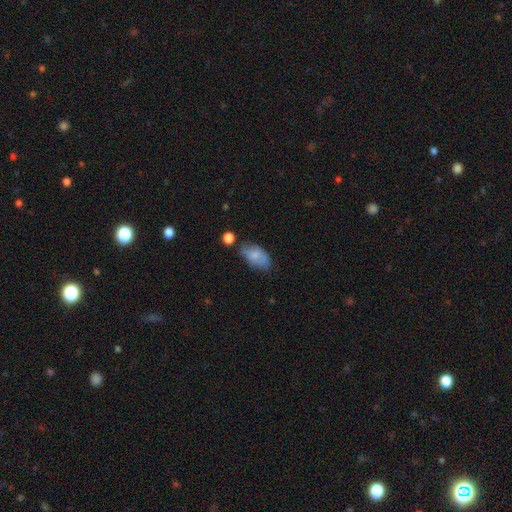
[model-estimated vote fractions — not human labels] Smooth or featured: smooth — 74% (featured or disk — 19%)
How rounded: in between — 92% (round — 5%)
Merging: none — 58% (minor disturbance — 28%)